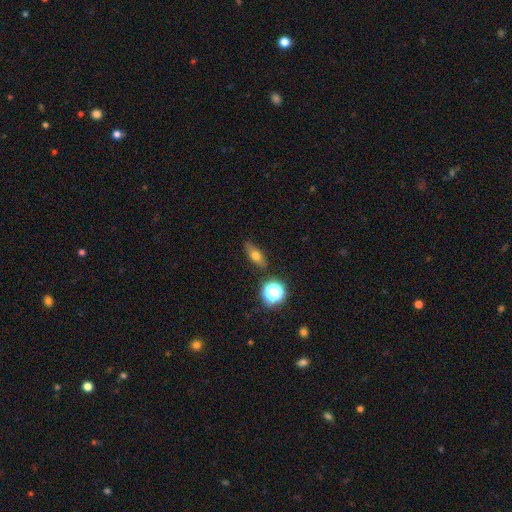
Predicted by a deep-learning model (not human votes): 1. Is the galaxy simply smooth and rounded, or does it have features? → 64% smooth, 23% featured or disk, 13% star or artifact.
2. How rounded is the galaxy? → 61% in between, 23% cigar-shaped, 15% round.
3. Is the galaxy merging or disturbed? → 84% none, 11% minor disturbance, 3% major disturbance, 2% merger.